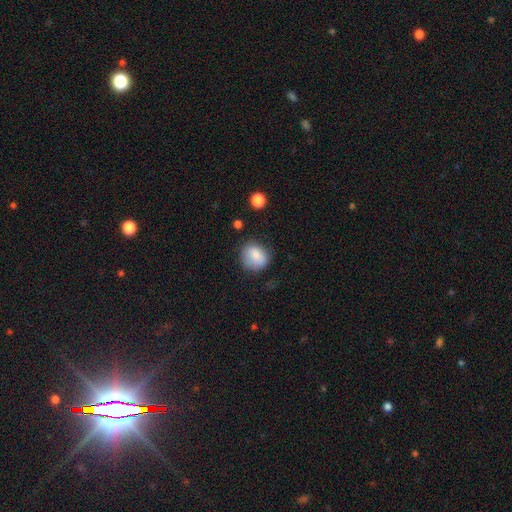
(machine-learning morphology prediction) smooth-or-featured: smooth: 80% | featured or disk: 11% | star or artifact: 9%
  how-rounded: round: 72% | in between: 27% | cigar-shaped: 1%
  merging: none: 67% | minor disturbance: 23% | major disturbance: 7% | merger: 2%